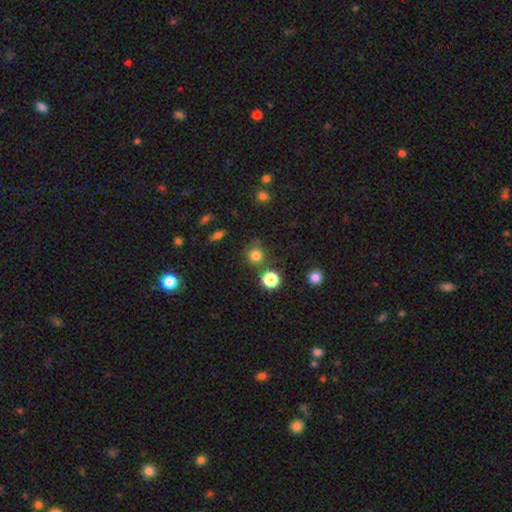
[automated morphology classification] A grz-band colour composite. It shows a smooth galaxy with no disk features (78%) that is round (92%). Merging: none (76%).